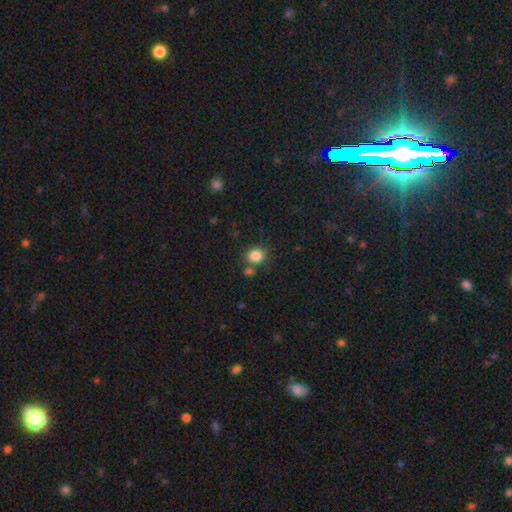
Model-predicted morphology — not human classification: The model was most divided on "how rounded": round: 76%, in between: 23%, cigar-shaped: 1%. More confident: smooth or featured — smooth (84%); merging — none (72%).